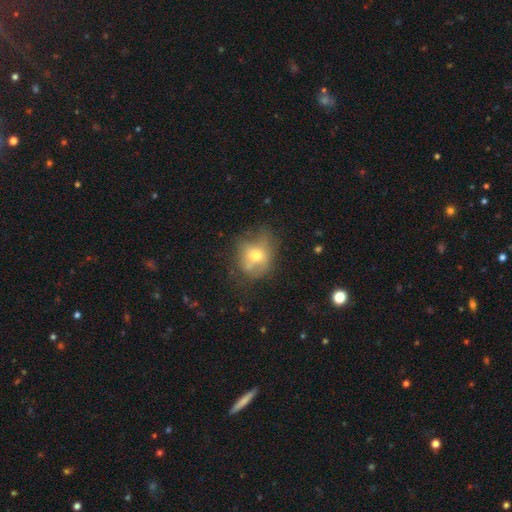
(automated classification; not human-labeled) A smooth galaxy with no disk features (56%) that is round (62%).

Vote fractions:
- Smooth or featured? smooth: 56% / featured or disk: 30% / star or artifact: 13%
- How rounded? round: 62% / in between: 36% / cigar-shaped: 1%
- Merging? none: 45% / minor disturbance: 29% / major disturbance: 23% / merger: 4%